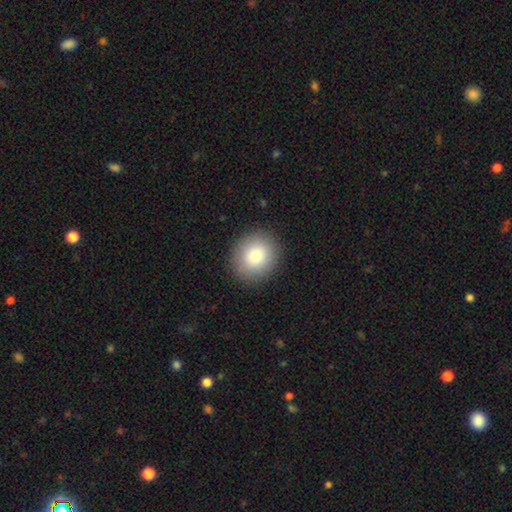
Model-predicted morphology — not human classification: Smooth or featured? Predicted: smooth (p=0.81). How rounded? Predicted: round (p=0.83). Merging? Predicted: none (p=0.90).